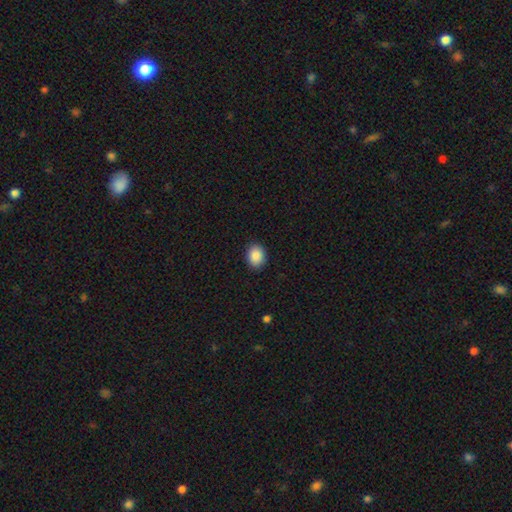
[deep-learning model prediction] This appears to be a smooth galaxy with no disk features (89%) that is in between round and cigar-shaped (52%). Merging: none (90%).